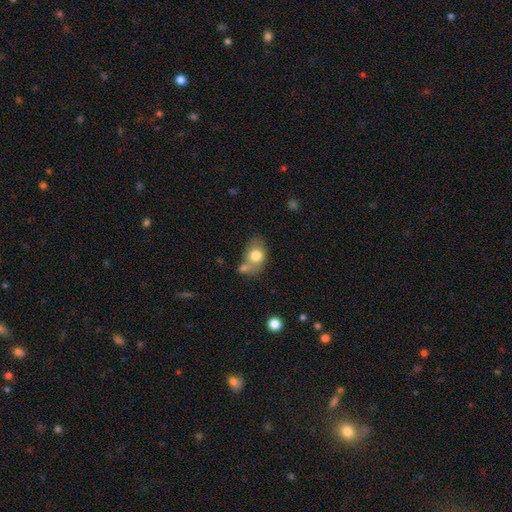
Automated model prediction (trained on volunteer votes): The model was most divided on "merging": none: 47%, merger: 27%, minor disturbance: 19%, major disturbance: 7%. More confident: smooth or featured — smooth (75%); how rounded — in between (70%).